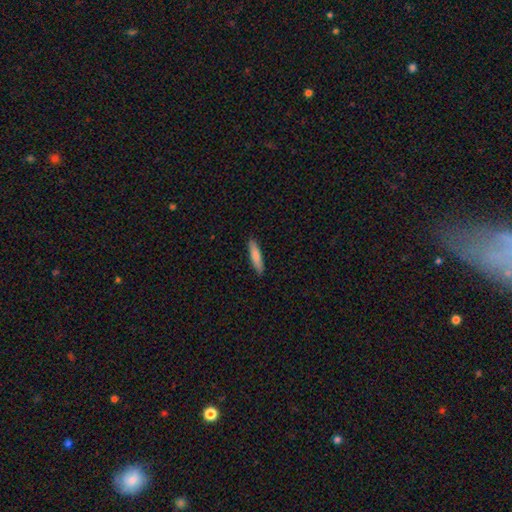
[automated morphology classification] The model was most divided on "how rounded": cigar-shaped: 82%, in between: 16%, round: 1%. More confident: merging — none (89%); smooth or featured — smooth (82%).